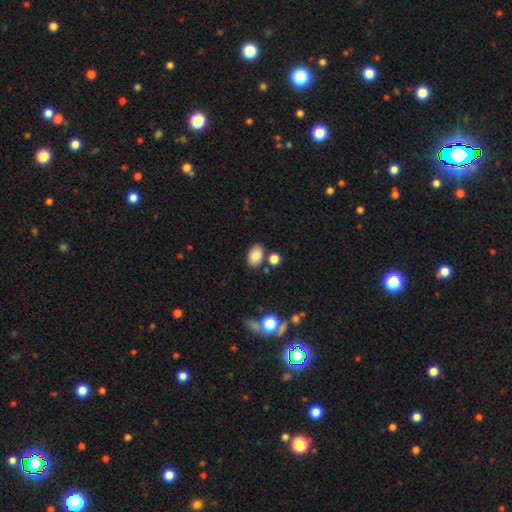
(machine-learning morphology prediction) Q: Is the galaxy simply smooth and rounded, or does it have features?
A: smooth — 86%.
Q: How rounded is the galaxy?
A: in between — 86%.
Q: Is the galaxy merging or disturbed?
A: none — 75%.